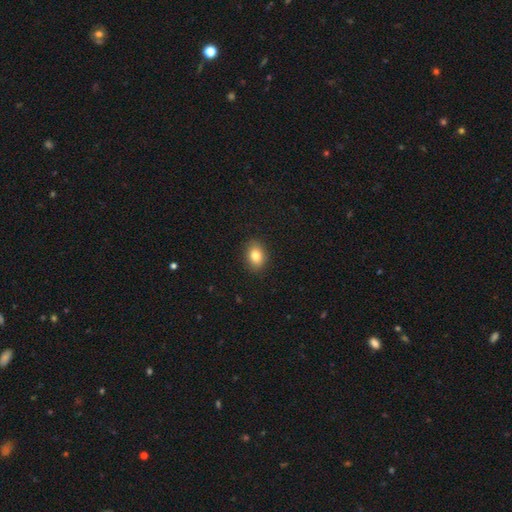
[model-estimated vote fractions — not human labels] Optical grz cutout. It shows a smooth galaxy with no disk features (82%) that is in between round and cigar-shaped (67%). Merging: none (89%).